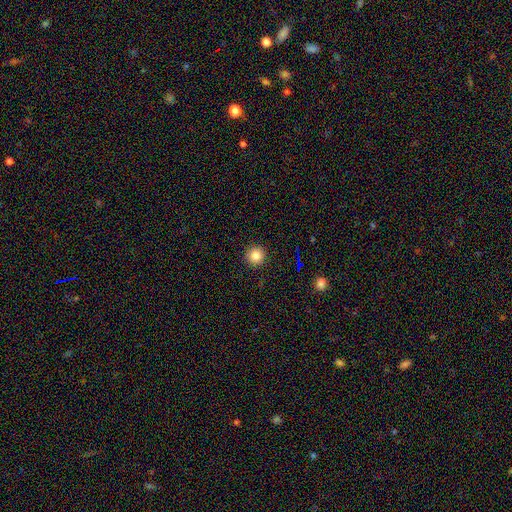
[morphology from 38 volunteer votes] smooth-or-featured: smooth: 87% | star or artifact: 8% | featured or disk: 5%
  how-rounded: round: 100% | in between: 0% | cigar-shaped: 0%
  merging: none: 94% | major disturbance: 6% | minor disturbance: 0% | merger: 0%